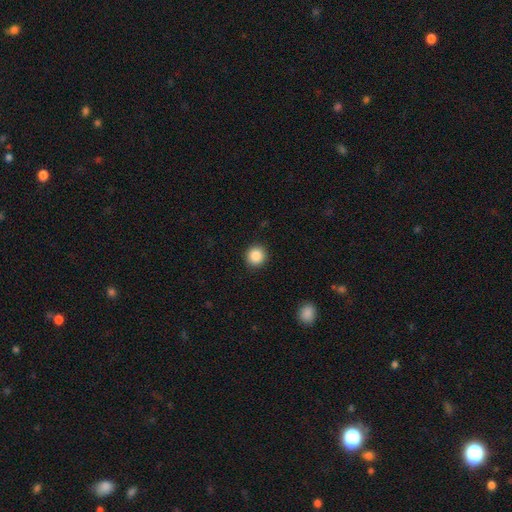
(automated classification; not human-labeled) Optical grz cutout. It shows a smooth galaxy with no disk features (87%) that is round (92%). Merging: none (92%).